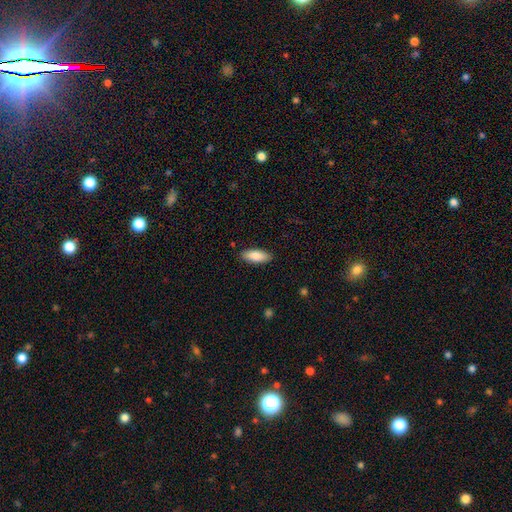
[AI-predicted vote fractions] Smooth or featured?
  - smooth: 85% *
  - featured or disk: 9%
  - star or artifact: 6%
How rounded?
  - in between: 80% *
  - cigar-shaped: 19%
  - round: 2%
Merging?
  - none: 88% *
  - minor disturbance: 9%
  - major disturbance: 2%
  - merger: 1%